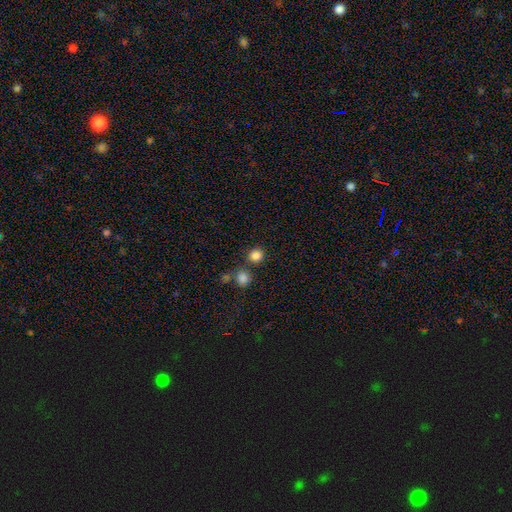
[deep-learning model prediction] Smooth or featured? Predicted: smooth (p=0.83). How rounded? Predicted: round (p=0.88). Merging? Predicted: none (p=0.75).